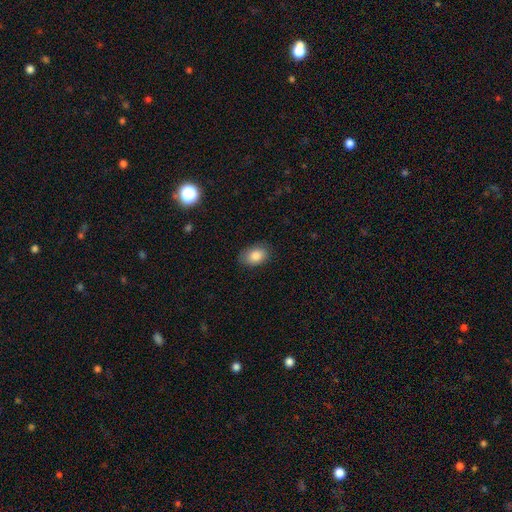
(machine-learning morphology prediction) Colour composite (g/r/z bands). It shows a smooth galaxy with no disk features (85%) that is in between round and cigar-shaped (83%). Merging: none (83%).